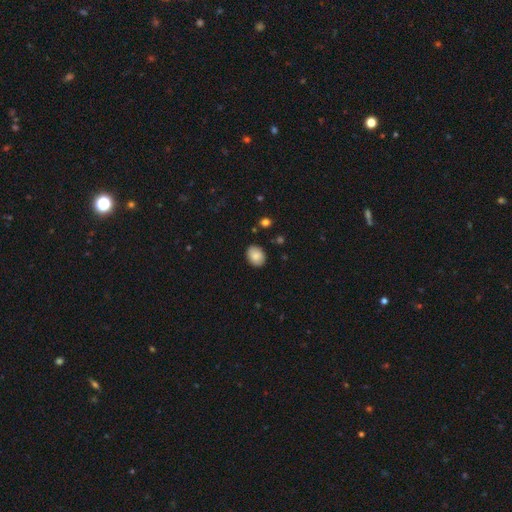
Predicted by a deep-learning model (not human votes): This appears to be a smooth galaxy with no disk features (87%) that is in between round and cigar-shaped (66%). Merging: none (86%).